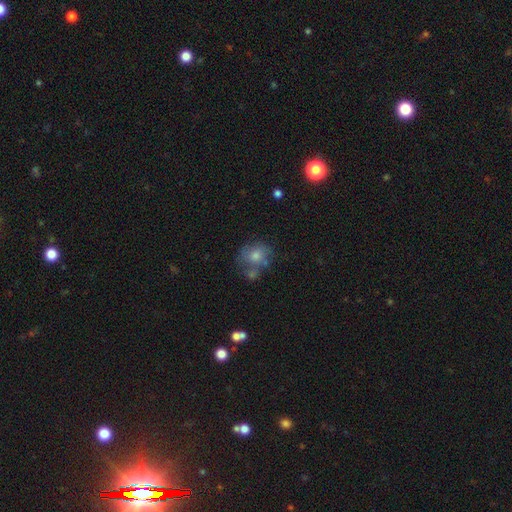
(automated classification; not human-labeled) A smooth galaxy with no disk features (53%) that is round (67%). Merging: none (54%).